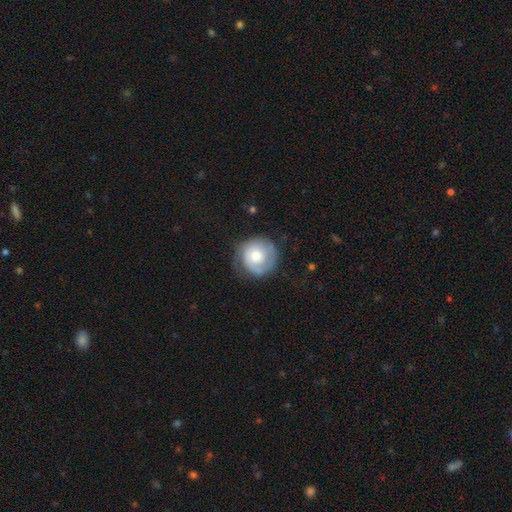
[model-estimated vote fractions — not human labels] This is possibly a featured or disk galaxy (52%). It is clearly not viewed edge-on (97%). Bar: clearly no (82%). Spiral arm pattern: likely yes (75%). Central bulge: likely moderate (64%). Merging: likely none (68%).